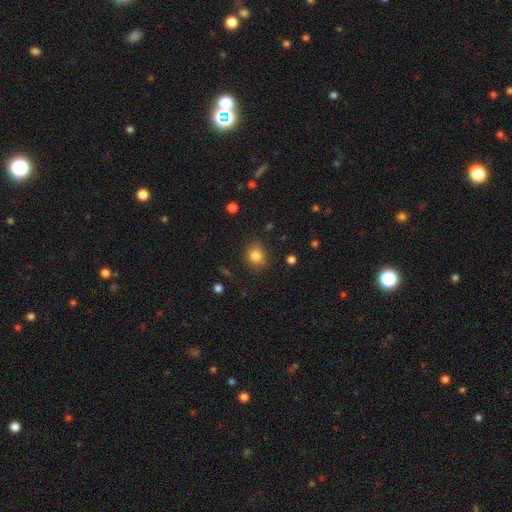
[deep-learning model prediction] Smooth or featured?
  - smooth: 83% *
  - star or artifact: 11%
  - featured or disk: 6%
How rounded?
  - round: 77% *
  - in between: 23%
  - cigar-shaped: 1%
Merging?
  - none: 83% *
  - minor disturbance: 12%
  - major disturbance: 3%
  - merger: 2%